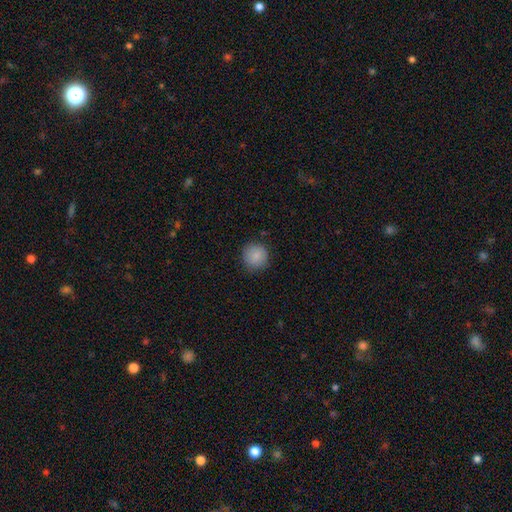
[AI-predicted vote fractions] Smooth or featured? Predicted: smooth (p=0.87). How rounded? Predicted: round (p=0.93). Merging? Predicted: none (p=0.87).